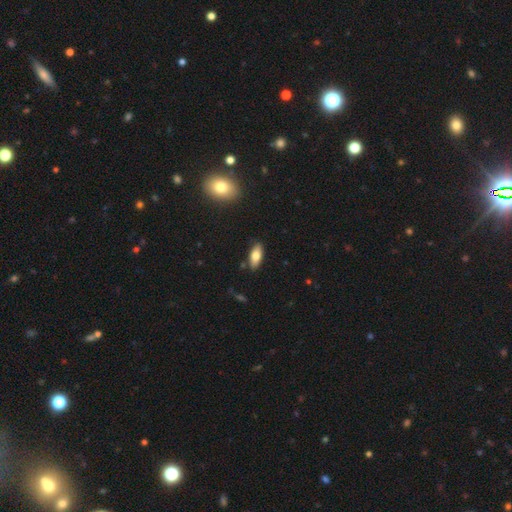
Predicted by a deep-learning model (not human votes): smooth 74%, featured or disk 19%, star or artifact 7%. Down the decision tree: how rounded — in between (81%); merging — none (86%).